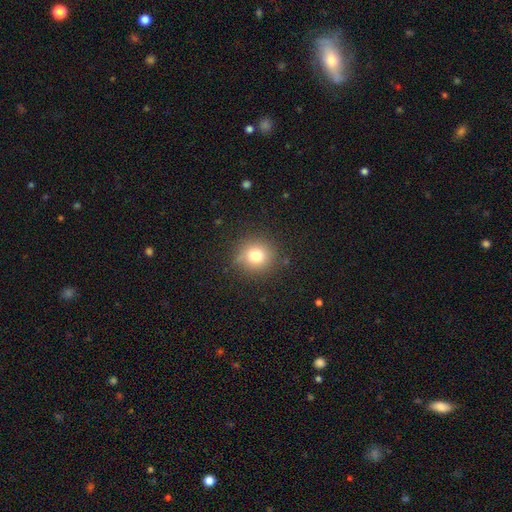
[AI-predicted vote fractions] Overall: smooth (76%). How rounded: round (90%). Merging: none (85%).